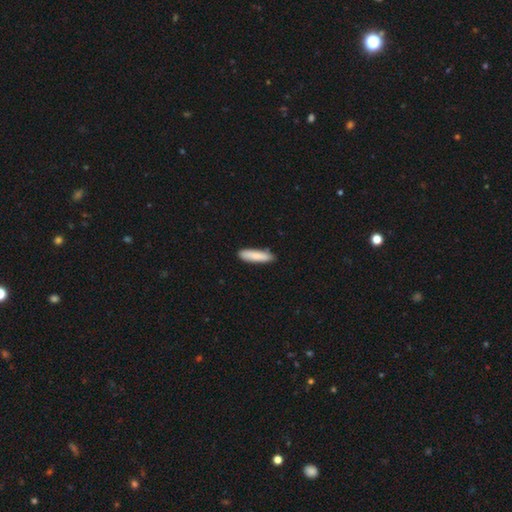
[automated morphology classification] Overall: smooth (86%). How rounded: cigar-shaped (75%). Merging: none (87%).